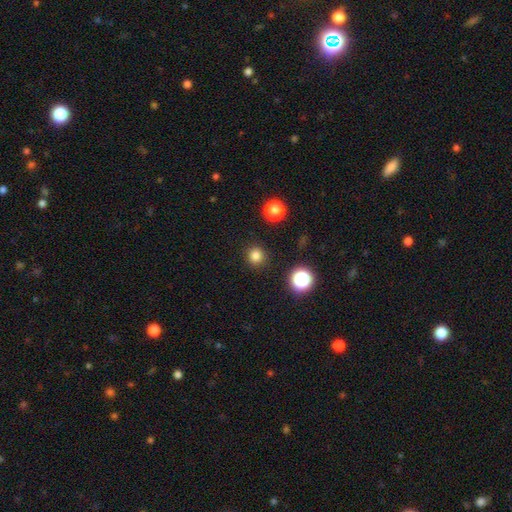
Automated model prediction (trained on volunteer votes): A smooth galaxy with no disk features (81%) that is round (94%).

Vote fractions:
- Smooth or featured? smooth: 81% / star or artifact: 15% / featured or disk: 4%
- How rounded? round: 94% / in between: 6% / cigar-shaped: 1%
- Merging? none: 91% / minor disturbance: 5% / major disturbance: 2% / merger: 1%